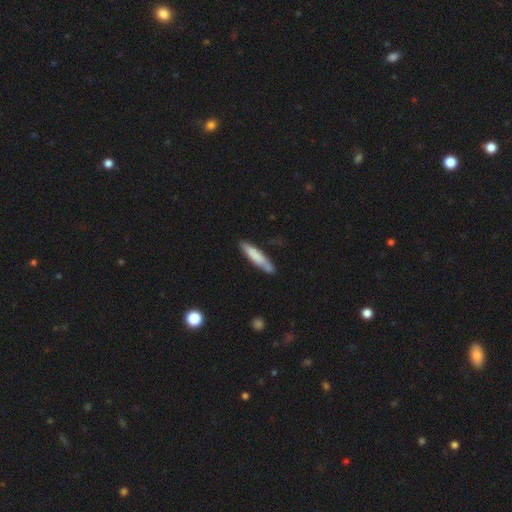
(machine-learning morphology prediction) This appears to be a smooth galaxy with no disk features (75%) that is cigar-shaped (86%). Merging: none (76%).